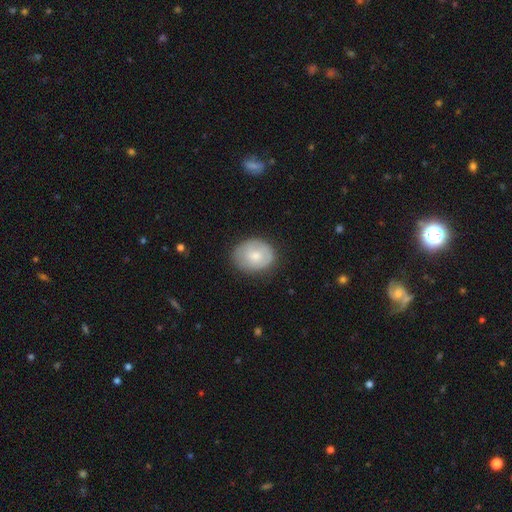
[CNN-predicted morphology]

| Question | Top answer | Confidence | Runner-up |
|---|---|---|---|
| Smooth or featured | smooth | 66% | featured or disk (28%) |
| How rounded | round | 54% | in between (45%) |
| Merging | none | 74% | minor disturbance (20%) |